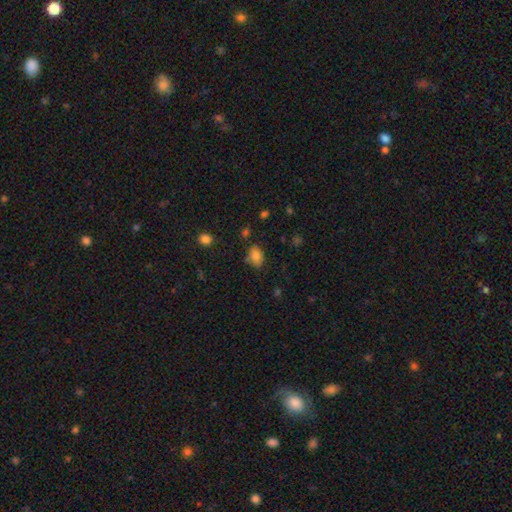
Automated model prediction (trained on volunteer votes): Smooth or featured? smooth (83%)
How rounded? in between (74%)
Merging? none (72%)